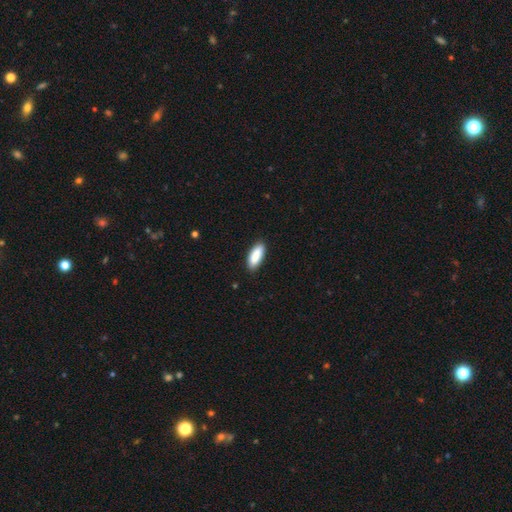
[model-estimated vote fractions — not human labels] This appears to be a smooth galaxy with no disk features (90%) that is in between round and cigar-shaped (80%). Merging: none (87%).